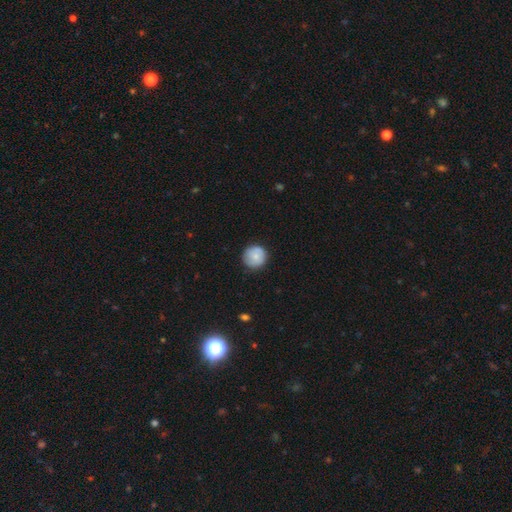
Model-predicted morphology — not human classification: Smooth or featured? Predicted: smooth (p=0.76). How rounded? Predicted: round (p=0.94). Merging? Predicted: none (p=0.83).